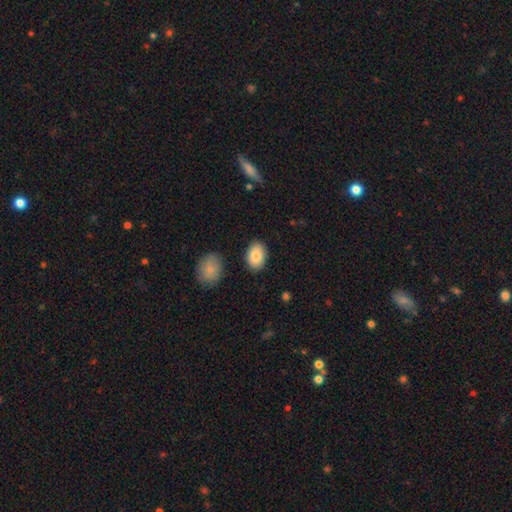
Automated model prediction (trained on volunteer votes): This is clearly a smooth galaxy (84%). How rounded: clearly in between (85%). Merging: clearly none (86%).